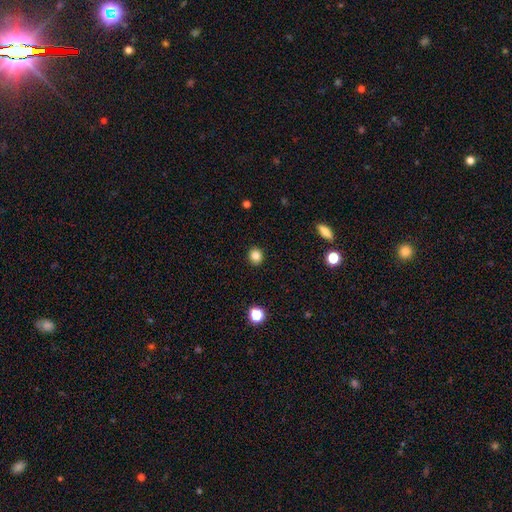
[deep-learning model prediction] The model was most divided on "how rounded": round: 82%, in between: 17%, cigar-shaped: 1%. More confident: merging — none (92%); smooth or featured — smooth (83%).